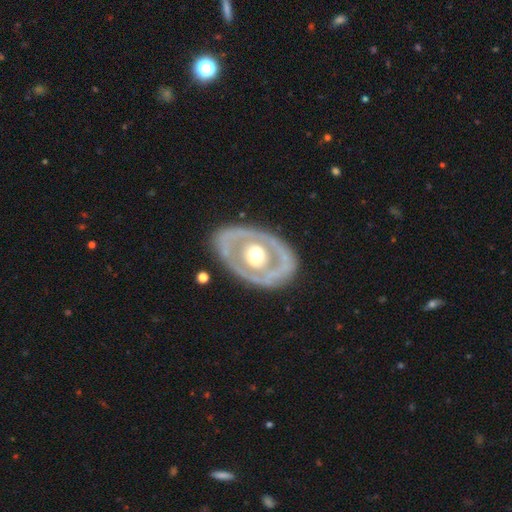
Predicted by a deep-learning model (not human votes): The model was most divided on "bulge size": moderate: 67%, large: 24%, small: 6%, dominant: 2%, none: 1%. More confident: edge-on disk — no (92%); spiral arms — no (78%); merging — none (77%); bar — no (77%); smooth or featured — featured or disk (72%).